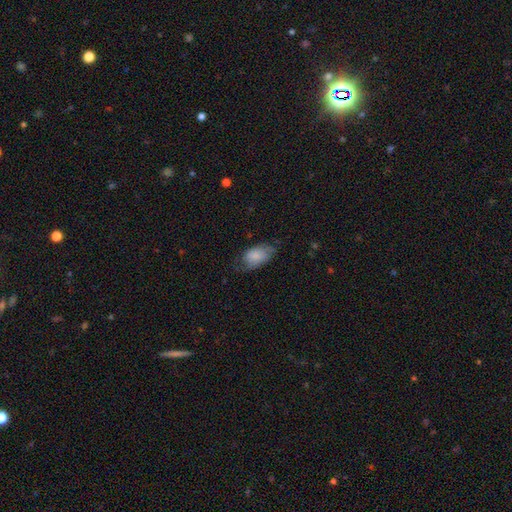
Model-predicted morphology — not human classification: This is likely a smooth galaxy (76%). How rounded: clearly in between (92%). Merging: possibly none (50%).